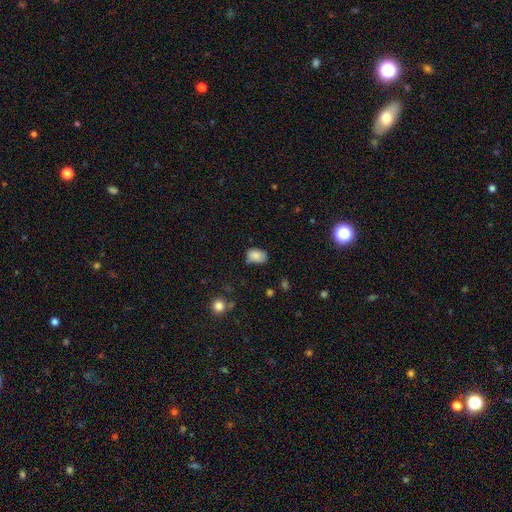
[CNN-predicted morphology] A smooth galaxy with no disk features (82%) that is in between round and cigar-shaped (81%). Merging: none (53%).